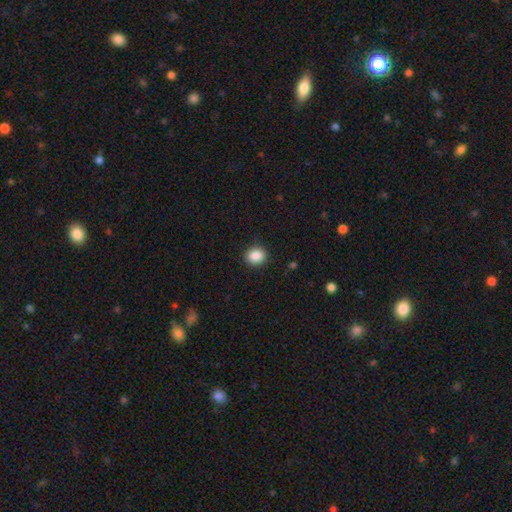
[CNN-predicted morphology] A smooth galaxy with no disk features (88%) that is round (70%). Merging: none (90%).